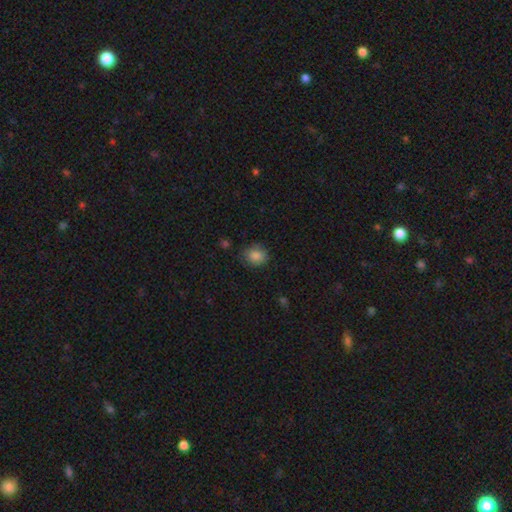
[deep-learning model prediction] smooth 85%, star or artifact 9%, featured or disk 6%. Down the decision tree: how rounded — round (73%); merging — none (80%).